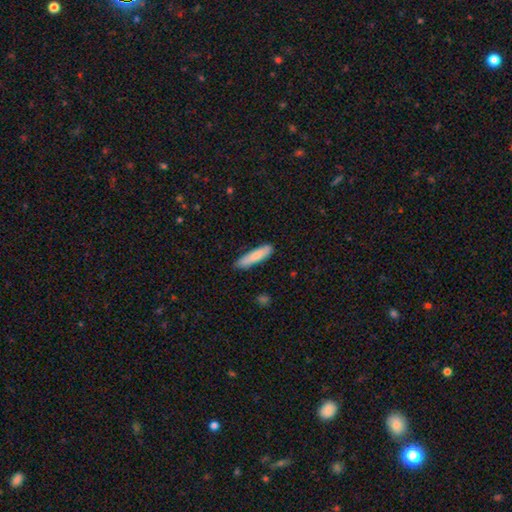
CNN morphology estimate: A smooth galaxy with no disk features (81%) that is cigar-shaped (78%).

Vote fractions:
- Smooth or featured? smooth: 81% / featured or disk: 13% / star or artifact: 5%
- How rounded? cigar-shaped: 78% / in between: 21% / round: 1%
- Merging? none: 84% / minor disturbance: 12% / major disturbance: 2% / merger: 1%